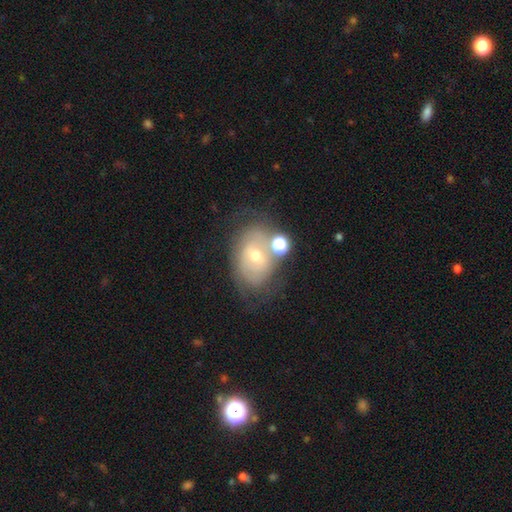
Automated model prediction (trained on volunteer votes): This is possibly a featured or disk galaxy (58%). It is clearly not viewed edge-on (95%). Bar: possibly no (53%). Spiral arm pattern: possibly yes (59%). Central bulge: possibly moderate (56%). Merging: possibly none (52%).